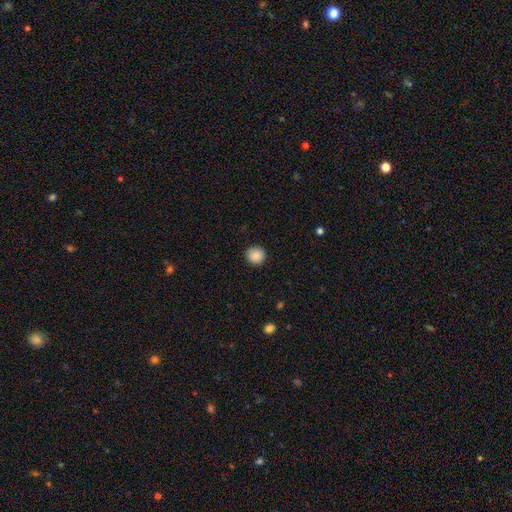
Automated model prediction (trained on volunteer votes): Smooth or featured?
  - smooth: 88% *
  - star or artifact: 9%
  - featured or disk: 3%
How rounded?
  - round: 93% *
  - in between: 6%
  - cigar-shaped: 1%
Merging?
  - none: 92% *
  - minor disturbance: 5%
  - major disturbance: 2%
  - merger: 1%